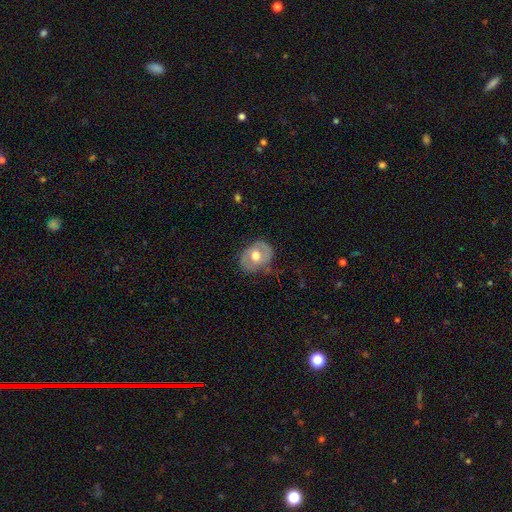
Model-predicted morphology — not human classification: This appears to be a featured or disk galaxy (50%). Merging: none (61%).